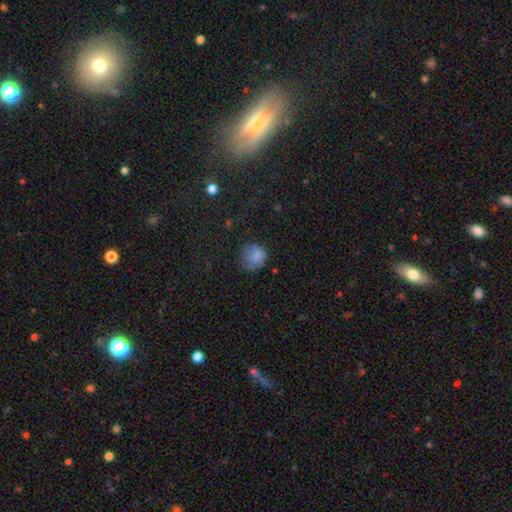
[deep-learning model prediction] Smooth or featured? Predicted: smooth (p=0.73). How rounded? Predicted: round (p=0.75). Merging? Predicted: none (p=0.50).